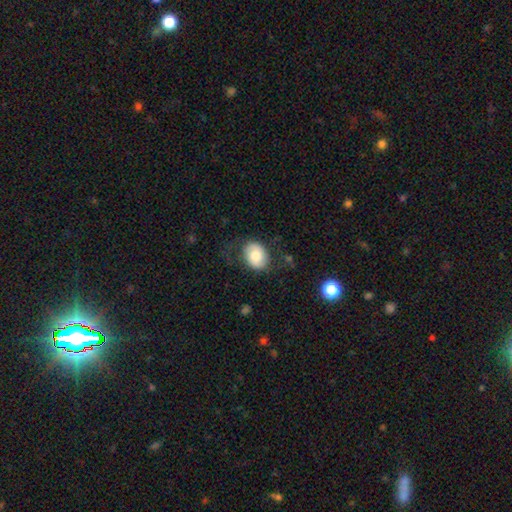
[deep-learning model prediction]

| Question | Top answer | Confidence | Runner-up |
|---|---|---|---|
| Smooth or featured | smooth | 71% | featured or disk (22%) |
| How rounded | in between | 59% | round (40%) |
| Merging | none | 69% | minor disturbance (19%) |